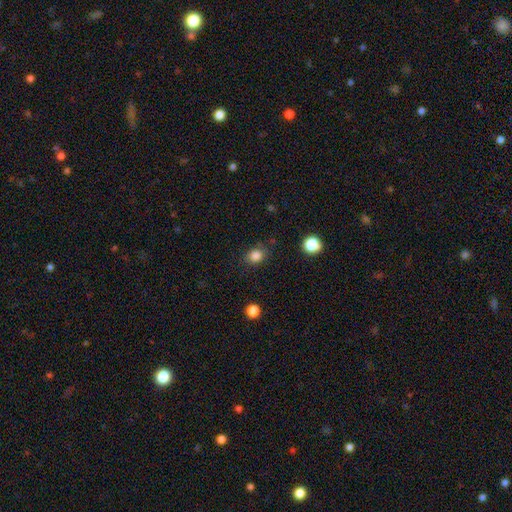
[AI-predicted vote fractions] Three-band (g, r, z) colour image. It shows a smooth galaxy with no disk features (84%) that is in between round and cigar-shaped (51%). Merging: none (80%).